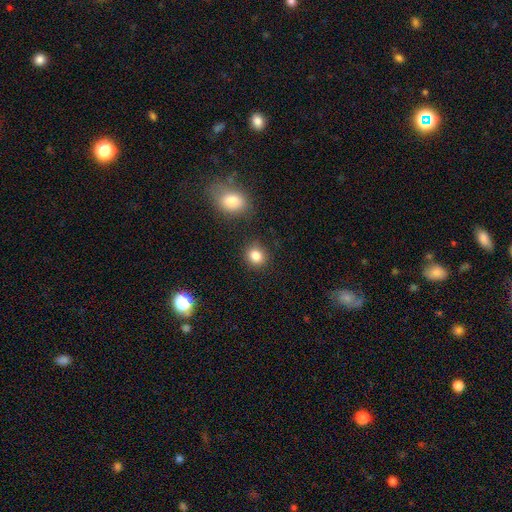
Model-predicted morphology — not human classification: smooth_or_featured: smooth (p=0.84) [alt: star or artifact p=0.11]
how_rounded: round (p=0.75) [alt: in between p=0.24]
merging: none (p=0.85) [alt: minor disturbance p=0.09]